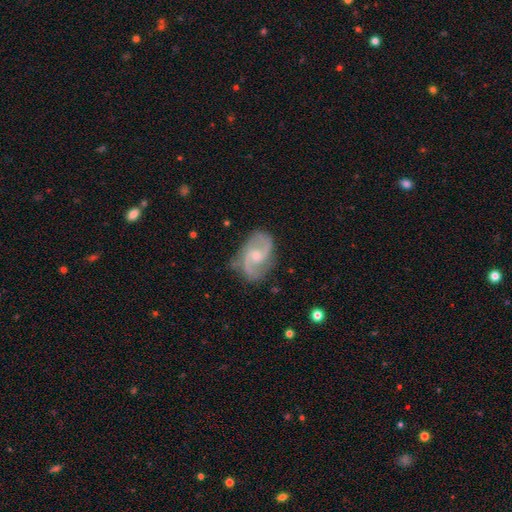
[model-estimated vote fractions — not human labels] smooth-or-featured: featured or disk: 88% | smooth: 7% | star or artifact: 5%
  disk-edge-on: no: 98% | yes: 2%
    bar: no: 50% | weak: 44% | strong: 6%
    has-spiral-arms: yes: 97% | no: 3%
      spiral-winding: medium: 55% | loose: 26% | tight: 19%
      spiral-arm-count: 2: 90% | can't tell: 4% | 3: 2% | 1: 1% | 4: 1% | more than 4: 1%
    bulge-size: moderate: 47% | small: 46% | none: 4% | large: 2% | dominant: 1%
  merging: none: 74% | minor disturbance: 19% | major disturbance: 6% | merger: 1%